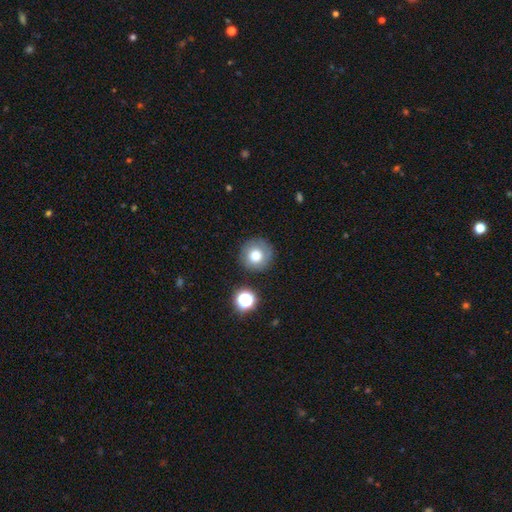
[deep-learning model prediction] smooth_or_featured: smooth (p=0.72) [alt: featured or disk p=0.16]
how_rounded: round (p=0.94) [alt: in between p=0.05]
merging: none (p=0.84) [alt: minor disturbance p=0.10]